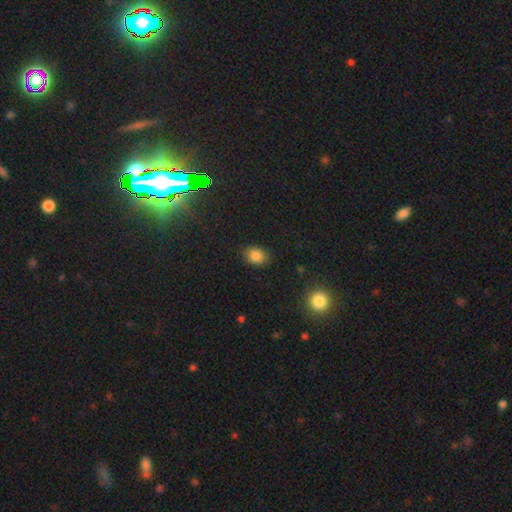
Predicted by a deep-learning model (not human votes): Q: Smooth or featured?
A: smooth (83%); runner-up: star or artifact (11%)
Q: How rounded?
A: in between (62%); runner-up: round (37%)
Q: Merging?
A: none (82%); runner-up: minor disturbance (14%)